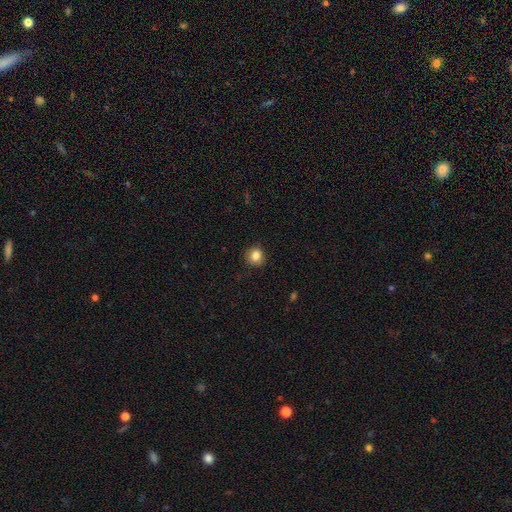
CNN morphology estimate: Smooth or featured?
  - smooth: 85% *
  - star or artifact: 10%
  - featured or disk: 5%
How rounded?
  - round: 84% *
  - in between: 15%
  - cigar-shaped: 1%
Merging?
  - none: 85% *
  - minor disturbance: 11%
  - major disturbance: 3%
  - merger: 1%